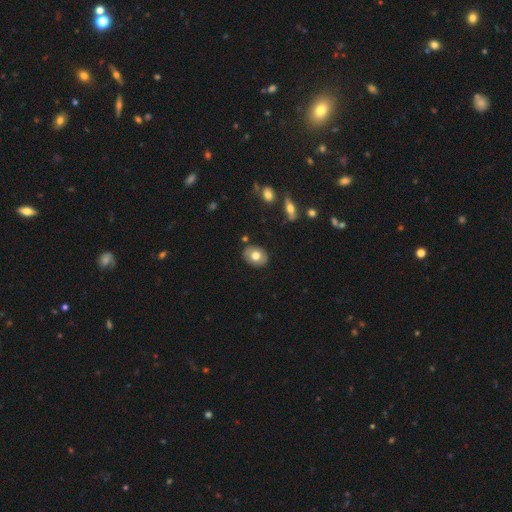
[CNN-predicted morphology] Smooth or featured: smooth — 66% (featured or disk — 27%)
How rounded: in between — 57% (round — 42%)
Merging: none — 85% (minor disturbance — 11%)